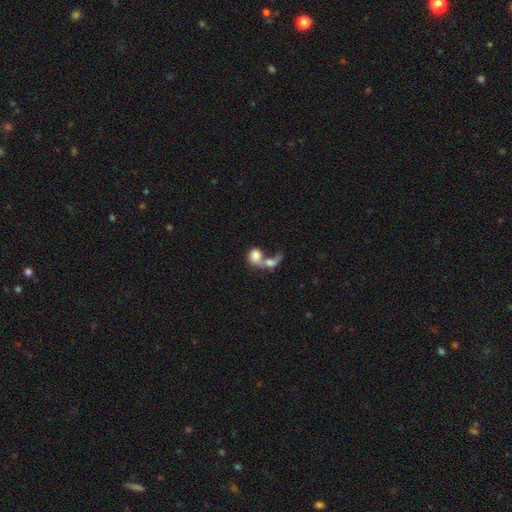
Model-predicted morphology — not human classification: Smooth or featured? Predicted: smooth (p=0.68). How rounded? Predicted: round (p=0.53). Merging? Predicted: merger (p=0.72).